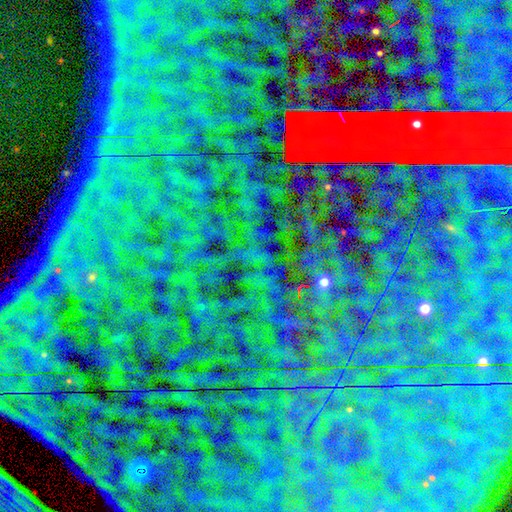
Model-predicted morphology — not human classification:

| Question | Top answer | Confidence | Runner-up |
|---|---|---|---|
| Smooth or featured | star or artifact | 86% | featured or disk (7%) |